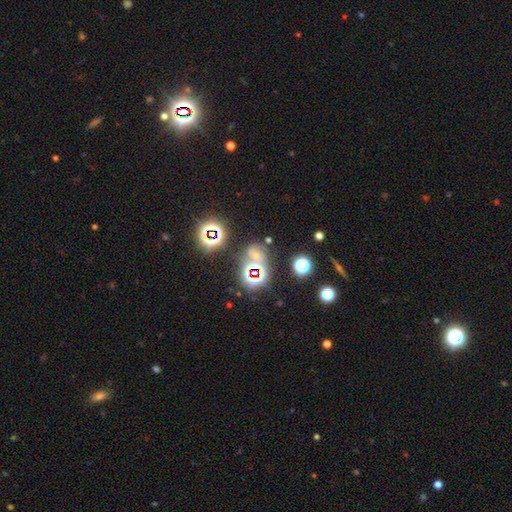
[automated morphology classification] Smooth or featured?
  - star or artifact: 57% *
  - smooth: 29%
  - featured or disk: 14%